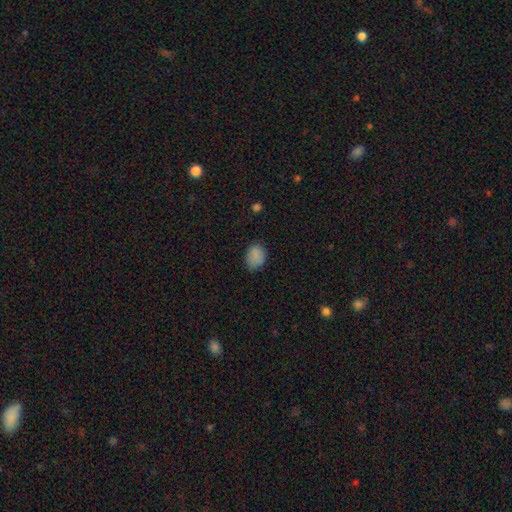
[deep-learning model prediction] Smooth or featured: smooth — 86% (star or artifact — 10%)
How rounded: in between — 66% (round — 33%)
Merging: none — 71% (minor disturbance — 23%)